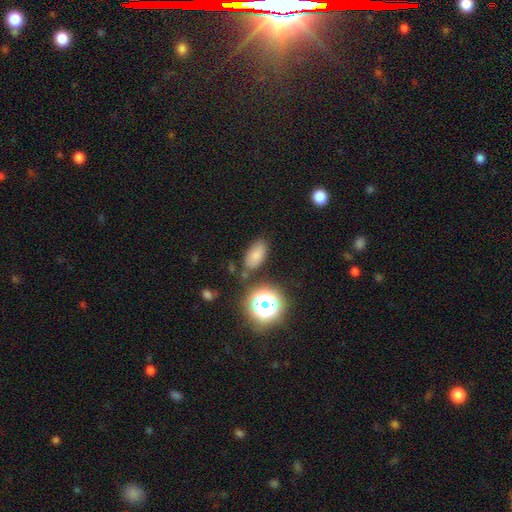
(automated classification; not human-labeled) Smooth or featured?
  - smooth: 75% *
  - star or artifact: 16%
  - featured or disk: 9%
How rounded?
  - in between: 86% *
  - round: 11%
  - cigar-shaped: 3%
Merging?
  - none: 76% *
  - minor disturbance: 14%
  - merger: 6%
  - major disturbance: 5%